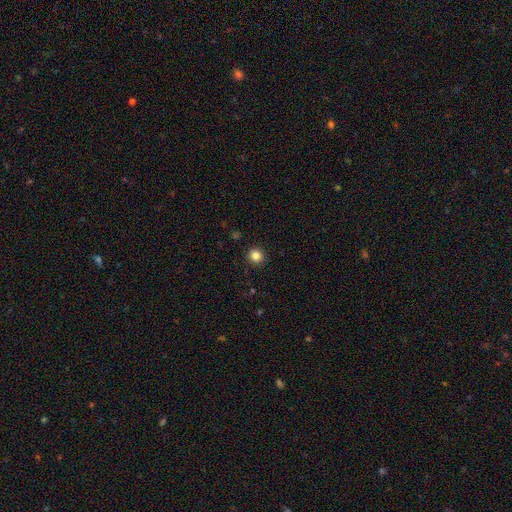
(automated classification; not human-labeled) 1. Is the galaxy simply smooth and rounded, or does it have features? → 84% smooth, 12% star or artifact, 4% featured or disk.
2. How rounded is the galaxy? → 92% round, 7% in between, 1% cigar-shaped.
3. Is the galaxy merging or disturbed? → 93% none, 5% minor disturbance, 2% major disturbance, 1% merger.